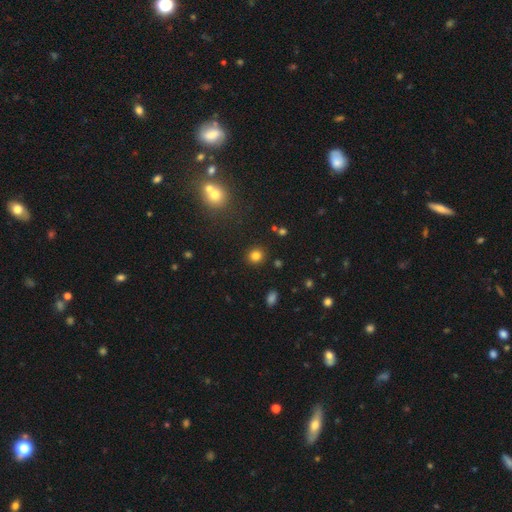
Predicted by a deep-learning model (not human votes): This appears to be a smooth galaxy with no disk features (81%) that is round (85%). Merging: none (89%).